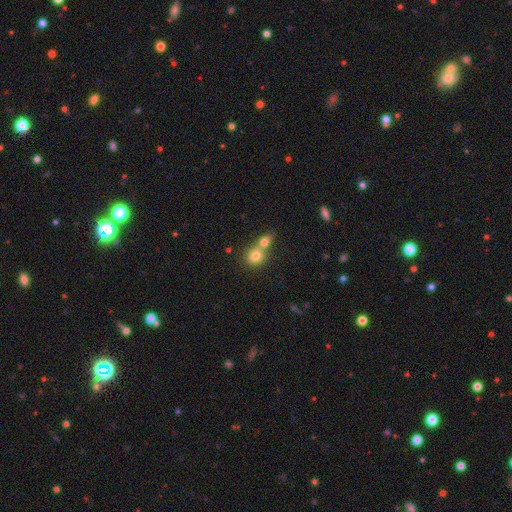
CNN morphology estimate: Overall: smooth (77%). How rounded: round (77%). Merging: merger (57%; none 35%).